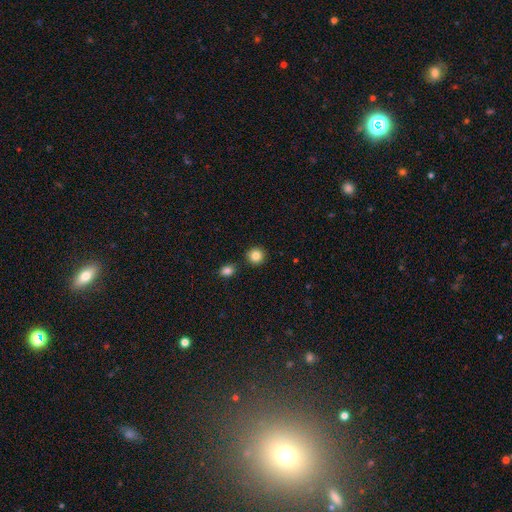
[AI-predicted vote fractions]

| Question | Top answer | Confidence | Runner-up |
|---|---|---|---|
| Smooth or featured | smooth | 84% | star or artifact (10%) |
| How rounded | round | 92% | in between (7%) |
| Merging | none | 85% | minor disturbance (7%) |